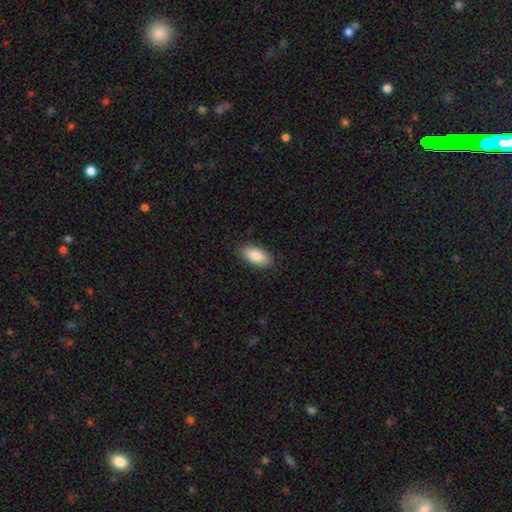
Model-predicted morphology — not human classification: smooth_or_featured: smooth (p=0.87) [alt: featured or disk p=0.07]
how_rounded: in between (p=0.91) [alt: cigar-shaped p=0.07]
merging: none (p=0.88) [alt: minor disturbance p=0.09]